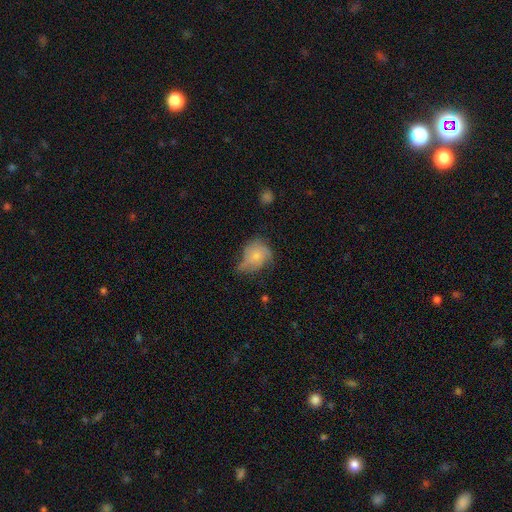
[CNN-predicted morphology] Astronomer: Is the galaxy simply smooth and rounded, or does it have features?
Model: smooth — 61%.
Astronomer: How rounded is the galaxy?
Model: round — 57% (runner-up: in between, 42%).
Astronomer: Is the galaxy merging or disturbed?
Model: minor disturbance — 41% (runner-up: none, 34%).